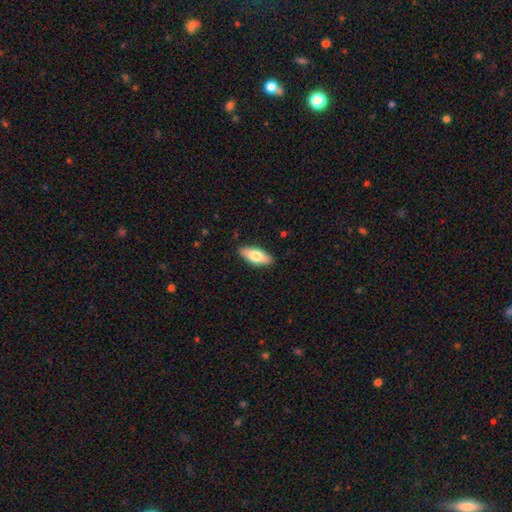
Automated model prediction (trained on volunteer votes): Smooth or featured? Predicted: smooth (p=0.70). How rounded? Predicted: in between (p=0.79). Merging? Predicted: none (p=0.88).